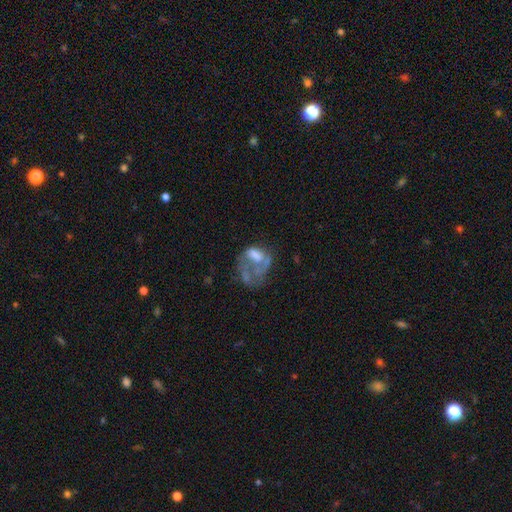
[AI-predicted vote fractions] A featured or disk galaxy (51%) with no bar (84%), no spiral arms (83%) and no central bulge (48%). Merging: major disturbance (46%).